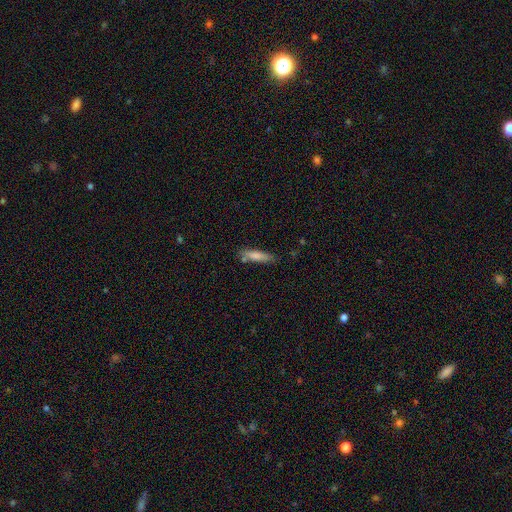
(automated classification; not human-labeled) This is likely a smooth galaxy (76%). How rounded: likely cigar-shaped (75%). Merging: likely none (72%).